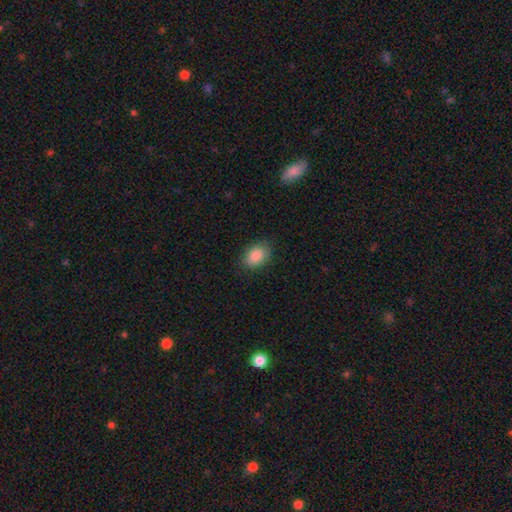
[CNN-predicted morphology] smooth-or-featured: smooth: 87% | star or artifact: 8% | featured or disk: 5%
  how-rounded: in between: 83% | round: 16% | cigar-shaped: 1%
  merging: none: 83% | minor disturbance: 13% | major disturbance: 3% | merger: 1%